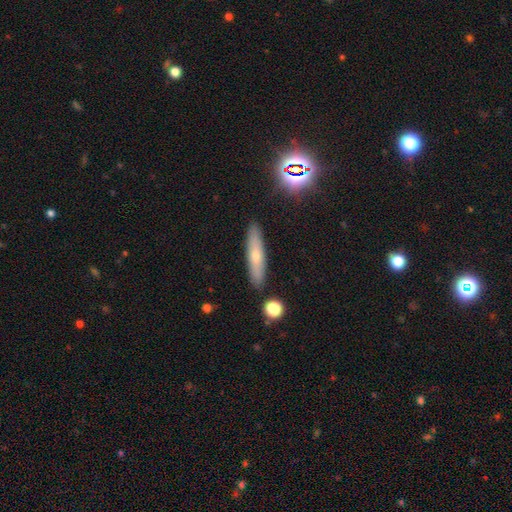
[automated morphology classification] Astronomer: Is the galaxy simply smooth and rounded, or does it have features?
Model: smooth — 56% (runner-up: featured or disk, 34%).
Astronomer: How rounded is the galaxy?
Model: cigar-shaped — 84%.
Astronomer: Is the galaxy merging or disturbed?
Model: none — 89%.